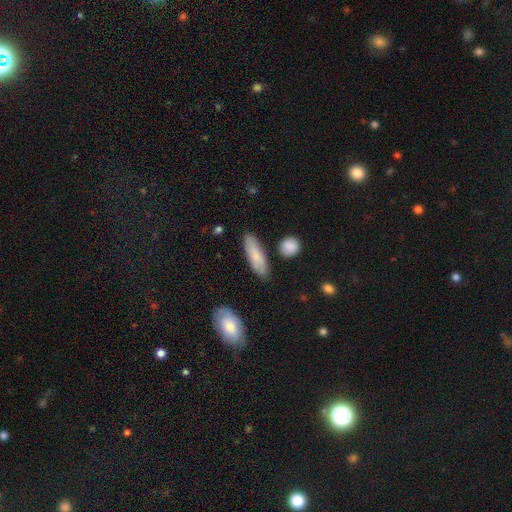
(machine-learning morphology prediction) type=smooth (79%); roundness=cigar-shaped (50%); merging=none (82%).